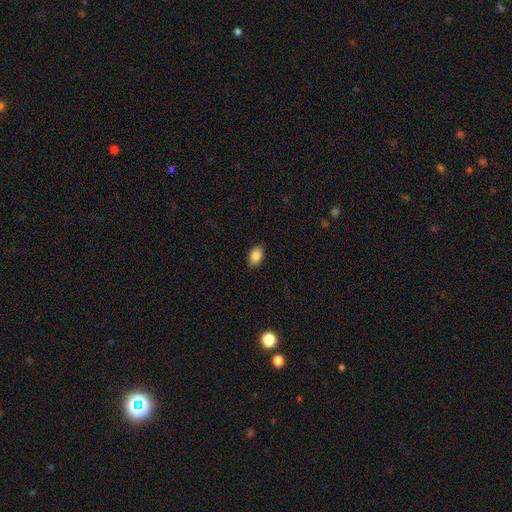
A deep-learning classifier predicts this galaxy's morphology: This is clearly a smooth galaxy (88%). How rounded: clearly in between (87%). Merging: clearly none (87%).